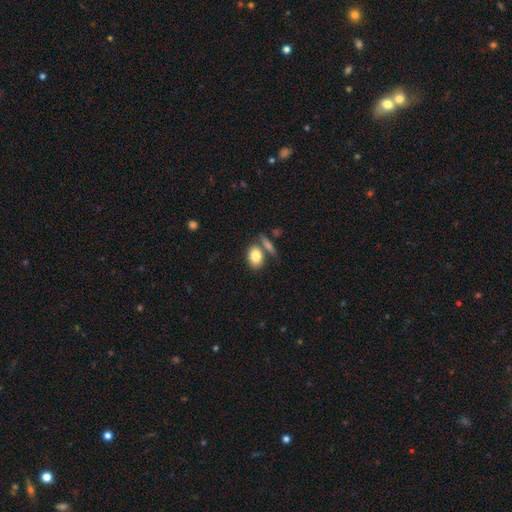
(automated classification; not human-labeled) Morphology: type=smooth (83%); roundness=in between (81%); merging=none (58%).